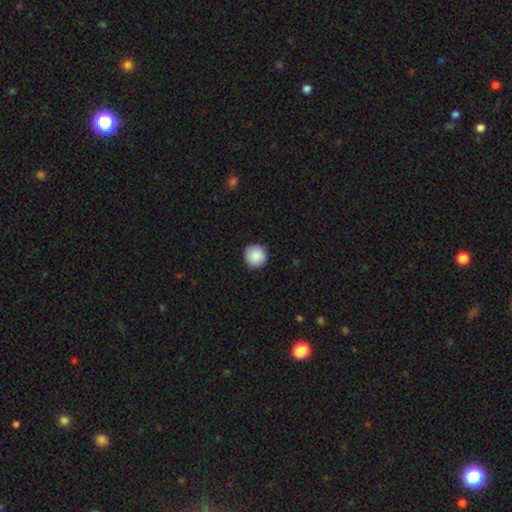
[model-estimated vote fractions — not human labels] Overall: smooth (89%). How rounded: round (95%). Merging: none (92%).